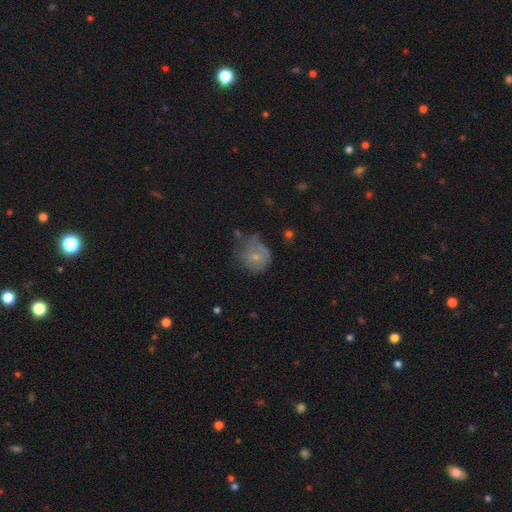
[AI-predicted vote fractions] The model was most divided on "merging": none: 41%, minor disturbance: 30%, major disturbance: 24%, merger: 5%. More confident: how rounded — round (72%); smooth or featured — smooth (51%).